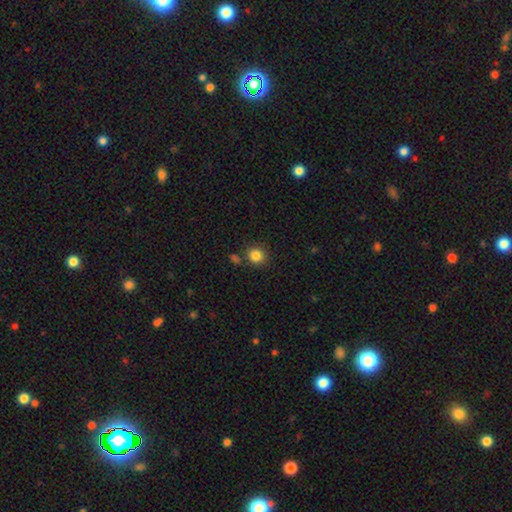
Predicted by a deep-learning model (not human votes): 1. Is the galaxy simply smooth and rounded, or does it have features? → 84% smooth, 11% star or artifact, 5% featured or disk.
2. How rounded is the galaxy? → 87% round, 12% in between, 1% cigar-shaped.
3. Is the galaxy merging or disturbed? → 81% none, 9% minor disturbance, 7% merger, 3% major disturbance.